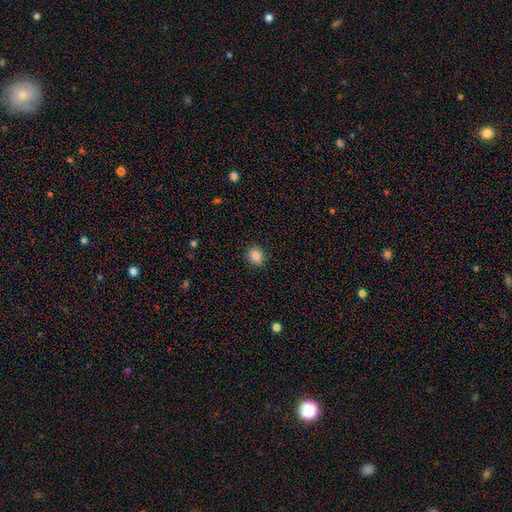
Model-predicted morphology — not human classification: Smooth or featured? Predicted: smooth (p=0.86). How rounded? Predicted: round (p=0.57). Merging? Predicted: none (p=0.87).